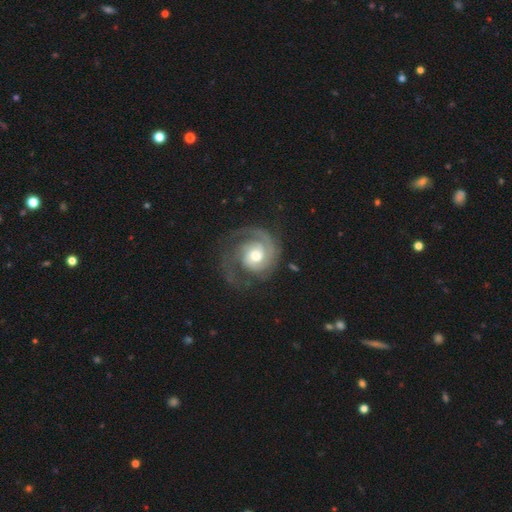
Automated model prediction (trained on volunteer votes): Smooth or featured? Predicted: featured or disk (p=0.88). Edge-on disk? Predicted: no (p=0.98). Bar? Predicted: no (p=0.67). Spiral arms? Predicted: yes (p=0.97). Spiral winding? Predicted: tight (p=0.57). Spiral arm count? Predicted: 2 (p=0.44). Bulge size? Predicted: moderate (p=0.67). Merging? Predicted: none (p=0.63).